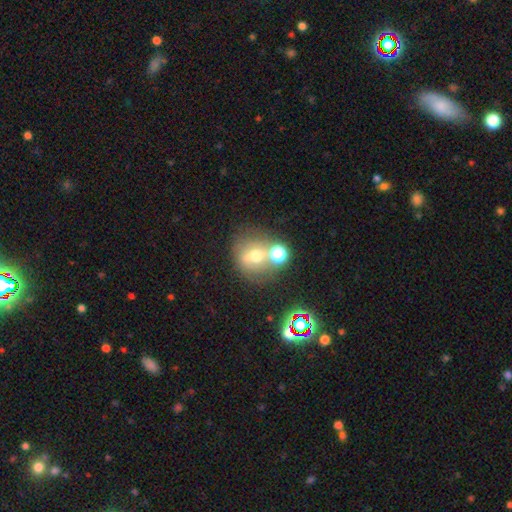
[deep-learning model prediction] This appears to be a smooth galaxy with no disk features (50%). Merging: none (53%).